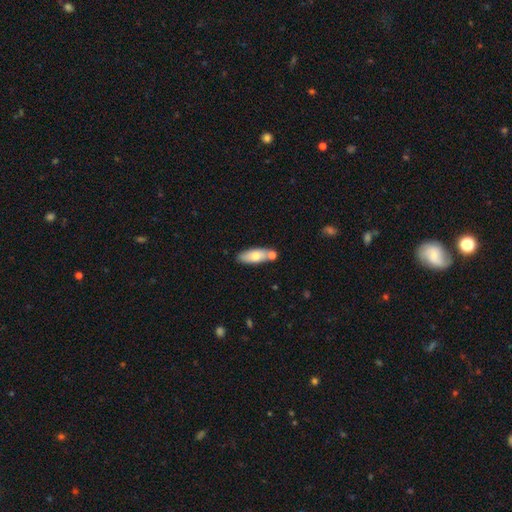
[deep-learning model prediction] The model was most divided on "smooth or featured": smooth: 67%, featured or disk: 26%, star or artifact: 6%. More confident: how rounded — in between (71%); merging — none (66%).